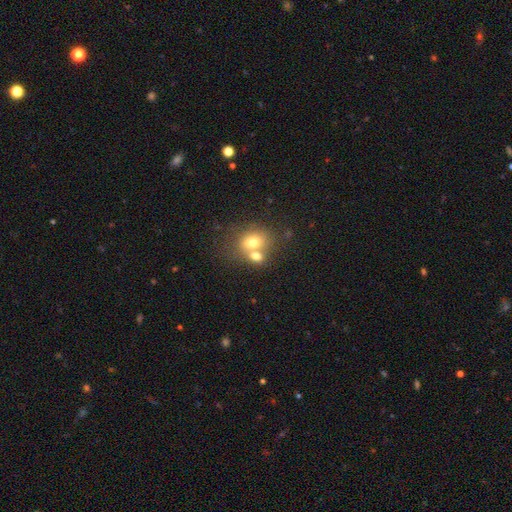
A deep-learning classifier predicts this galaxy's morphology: smooth-or-featured: smooth: 68% | featured or disk: 21% | star or artifact: 11%
  how-rounded: in between: 52% | round: 47% | cigar-shaped: 1%
  merging: merger: 53% | none: 34% | minor disturbance: 9% | major disturbance: 4%